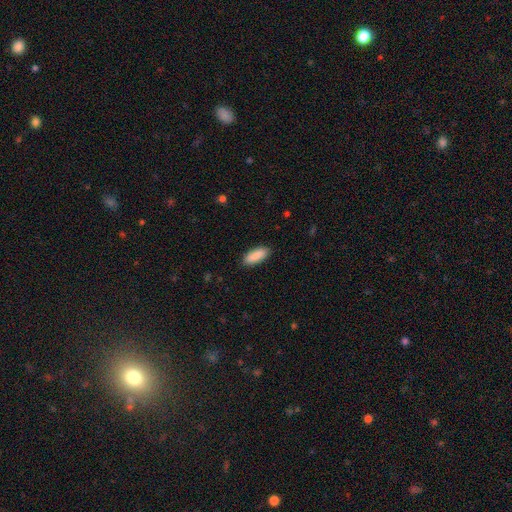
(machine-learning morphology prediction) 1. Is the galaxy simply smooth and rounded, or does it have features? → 89% smooth, 6% star or artifact, 5% featured or disk.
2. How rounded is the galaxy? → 69% in between, 29% cigar-shaped, 2% round.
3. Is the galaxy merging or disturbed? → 89% none, 8% minor disturbance, 2% major disturbance, 1% merger.